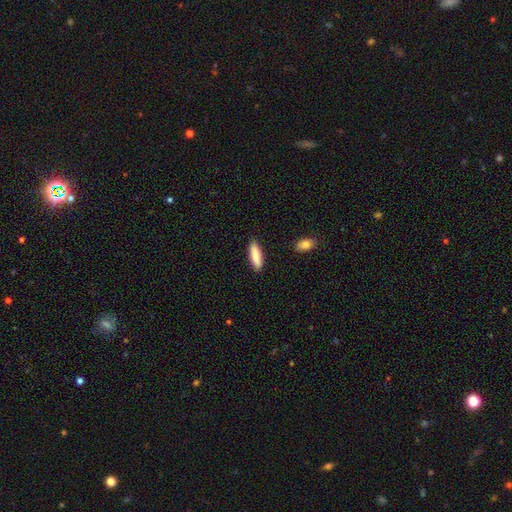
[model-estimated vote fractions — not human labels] Q: Smooth or featured?
A: smooth (84%); runner-up: featured or disk (11%)
Q: How rounded?
A: cigar-shaped (60%); runner-up: in between (38%)
Q: Merging?
A: none (88%); runner-up: minor disturbance (8%)